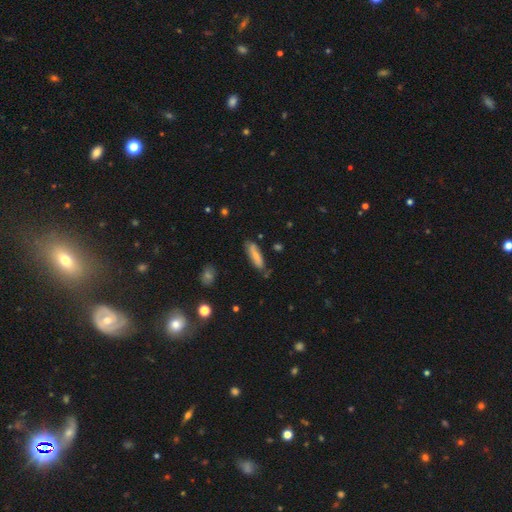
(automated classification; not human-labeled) Smooth or featured: smooth — 69% (featured or disk — 24%)
How rounded: cigar-shaped — 62% (in between — 36%)
Merging: none — 68% (minor disturbance — 23%)